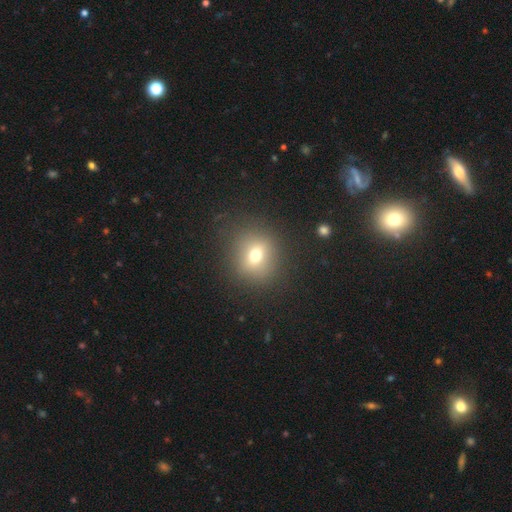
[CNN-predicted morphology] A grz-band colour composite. It shows a smooth galaxy with no disk features (66%) that is round (81%). Merging: none (86%).